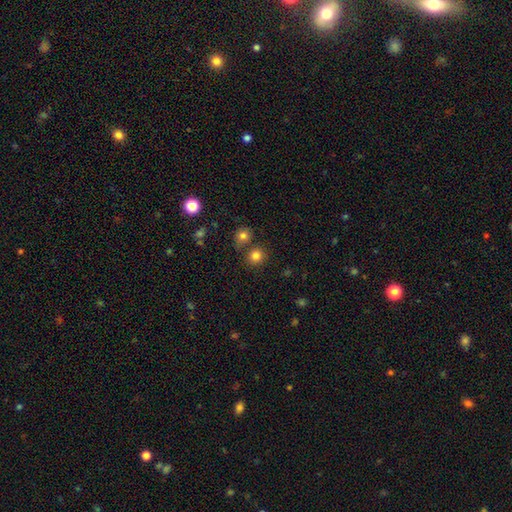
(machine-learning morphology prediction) A smooth galaxy with no disk features (81%) that is round (86%).

Vote fractions:
- Smooth or featured? smooth: 81% / star or artifact: 13% / featured or disk: 6%
- How rounded? round: 86% / in between: 13% / cigar-shaped: 1%
- Merging? none: 71% / merger: 17% / minor disturbance: 8% / major disturbance: 3%